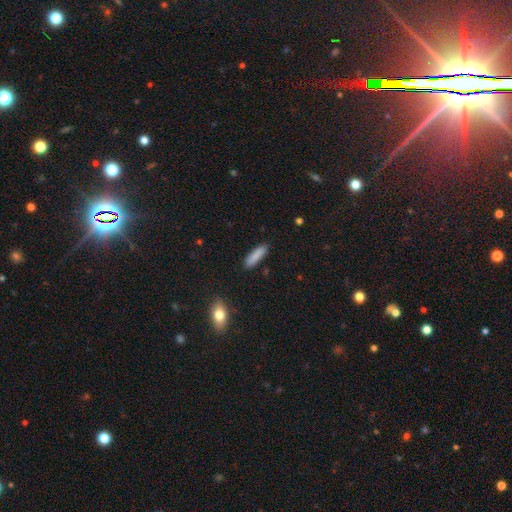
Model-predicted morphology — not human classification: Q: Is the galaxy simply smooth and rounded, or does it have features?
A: smooth — 87%.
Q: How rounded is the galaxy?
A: cigar-shaped — 72%.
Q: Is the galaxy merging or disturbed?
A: none — 88%.